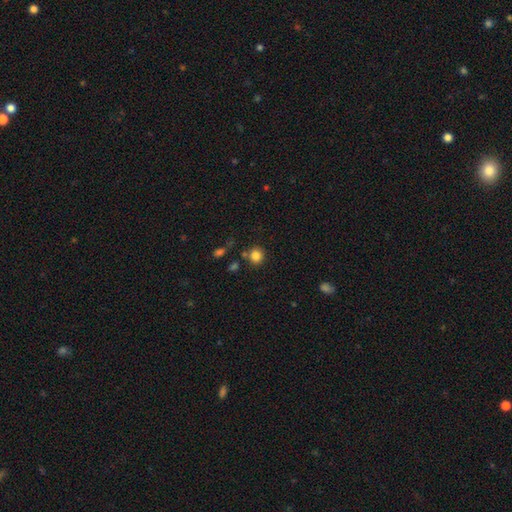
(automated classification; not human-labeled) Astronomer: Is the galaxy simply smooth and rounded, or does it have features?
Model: smooth — 84%.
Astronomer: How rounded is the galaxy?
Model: round — 88%.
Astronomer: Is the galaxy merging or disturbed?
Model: none — 79%.